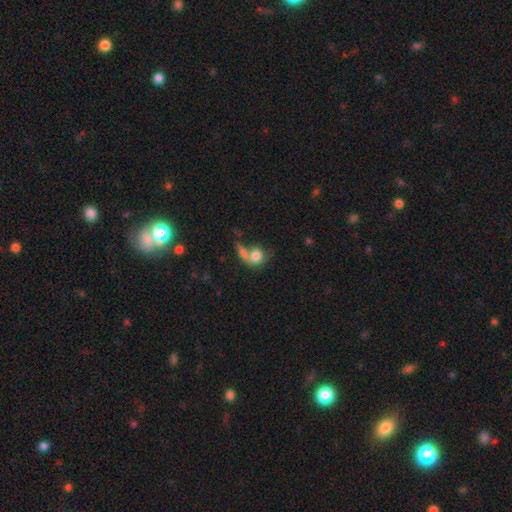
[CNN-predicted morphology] smooth 74%, featured or disk 17%, star or artifact 10%. Down the decision tree: how rounded — round (64%); merging — merger (41%).